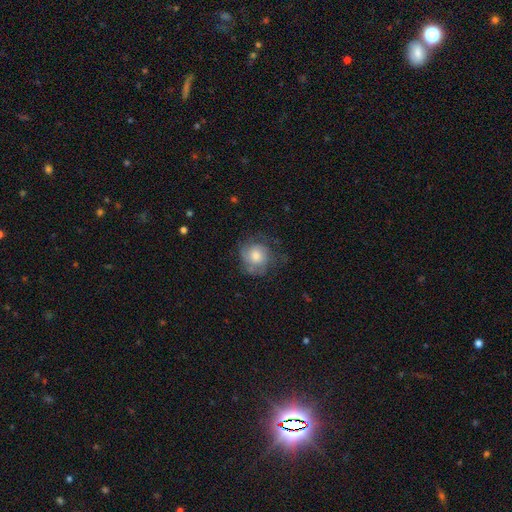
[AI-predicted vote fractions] featured or disk 55%, smooth 36%, star or artifact 9%. Down the decision tree: edge-on disk — no (97%); bar — no (81%); spiral arms — yes (82%); bulge size — moderate (57%); merging — none (65%).